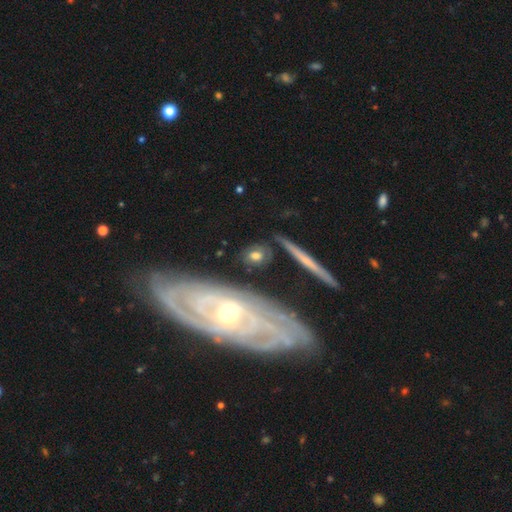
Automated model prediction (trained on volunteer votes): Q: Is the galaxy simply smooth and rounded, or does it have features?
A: smooth — 66%.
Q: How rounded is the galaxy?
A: in between — 54%.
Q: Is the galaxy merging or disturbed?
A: none — 78%.